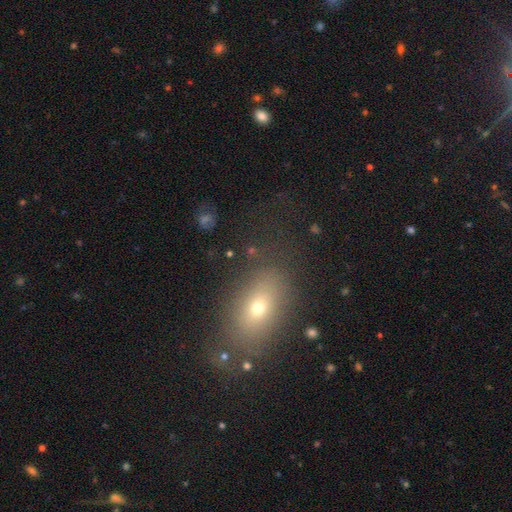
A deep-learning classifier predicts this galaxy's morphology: This is likely a smooth galaxy (64%). How rounded: likely in between (77%). Merging: likely none (76%).